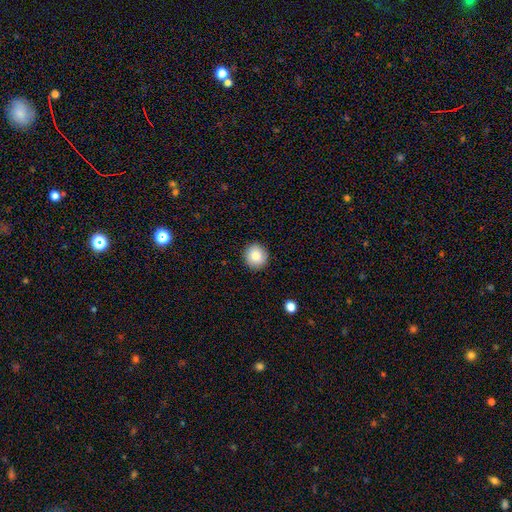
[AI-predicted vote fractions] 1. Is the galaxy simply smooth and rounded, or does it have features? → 85% smooth, 8% star or artifact, 7% featured or disk.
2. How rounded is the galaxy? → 91% round, 8% in between, 1% cigar-shaped.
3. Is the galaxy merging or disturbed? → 91% none, 6% minor disturbance, 2% major disturbance, 1% merger.